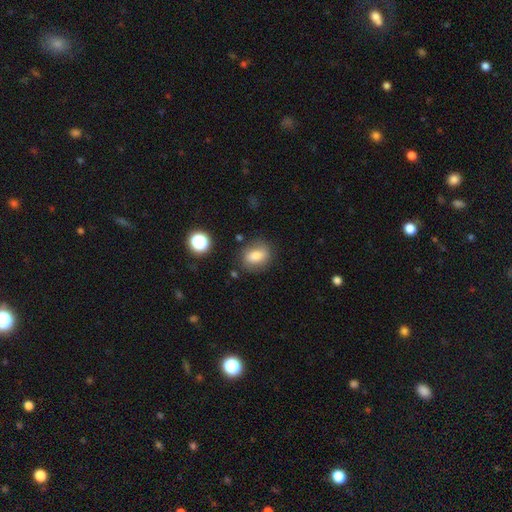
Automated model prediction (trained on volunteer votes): Smooth or featured? Predicted: smooth (p=0.79). How rounded? Predicted: in between (p=0.65). Merging? Predicted: none (p=0.77).